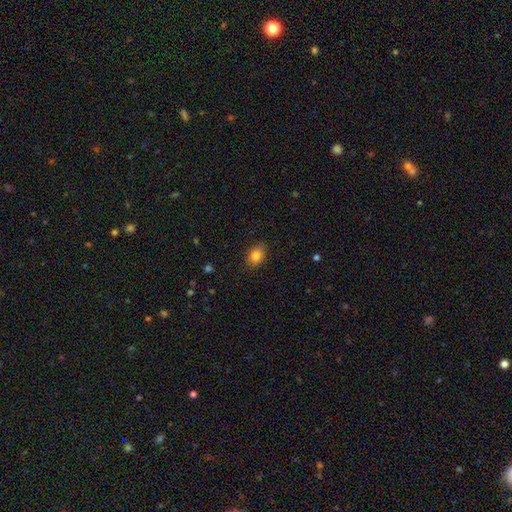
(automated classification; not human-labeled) This is clearly a smooth galaxy (84%). How rounded: likely in between (66%). Merging: clearly none (86%).